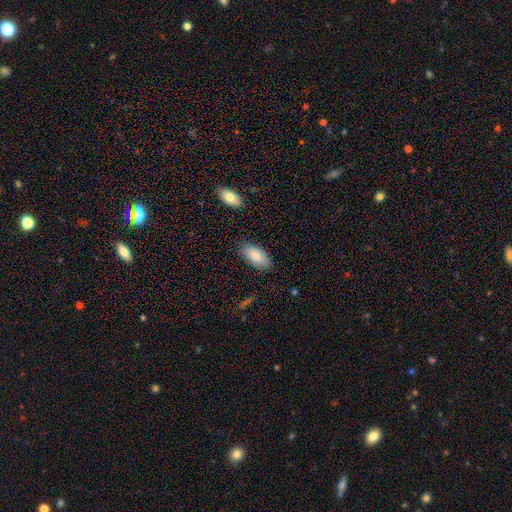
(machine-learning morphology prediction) This is clearly a smooth galaxy (84%). How rounded: clearly in between (94%). Merging: clearly none (82%).